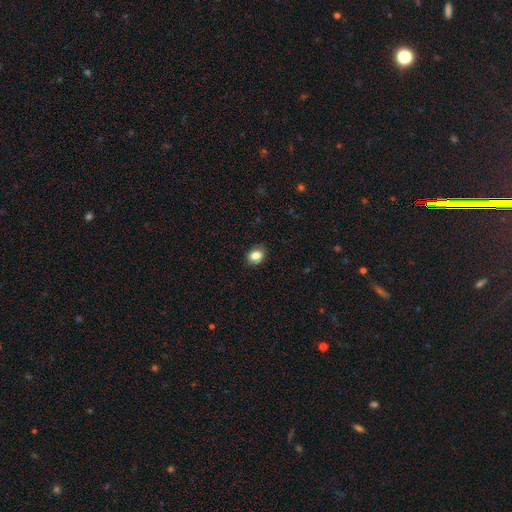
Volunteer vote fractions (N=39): A smooth galaxy with no disk features (92%) that is round (53%). Merging: none (92%).